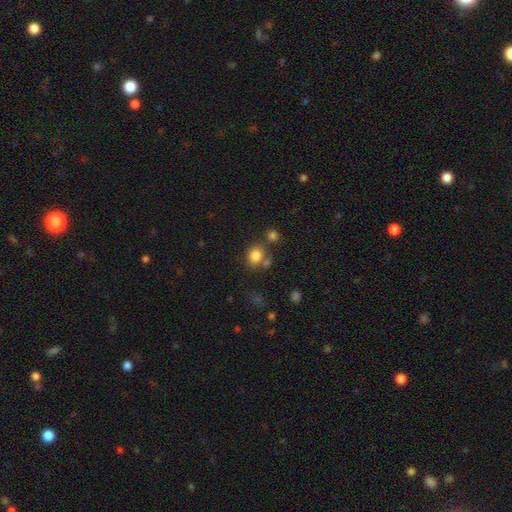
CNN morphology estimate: This is clearly a smooth galaxy (82%). How rounded: possibly round (58%). Merging: likely none (64%).